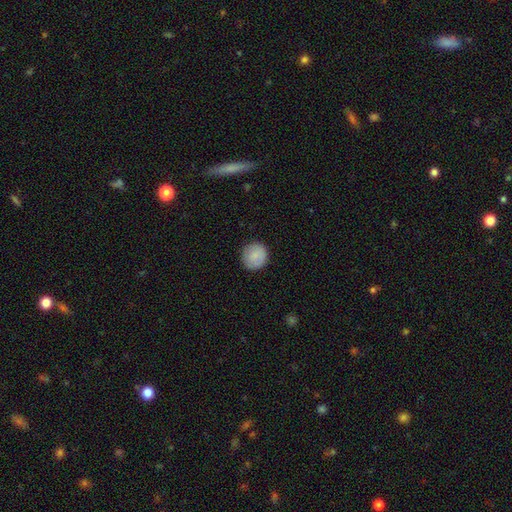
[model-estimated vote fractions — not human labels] smooth-or-featured: smooth: 86% | featured or disk: 7% | star or artifact: 7%
  how-rounded: round: 94% | in between: 5% | cigar-shaped: 1%
  merging: none: 89% | minor disturbance: 8% | major disturbance: 2% | merger: 1%